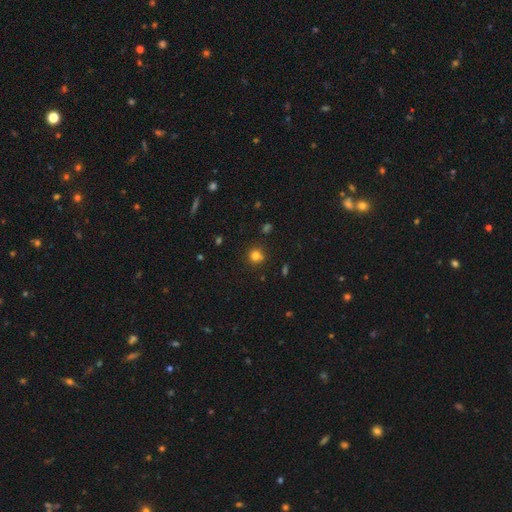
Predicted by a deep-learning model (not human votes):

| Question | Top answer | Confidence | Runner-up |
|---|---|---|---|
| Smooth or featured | smooth | 78% | star or artifact (16%) |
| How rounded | round | 90% | in between (9%) |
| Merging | none | 82% | minor disturbance (10%) |